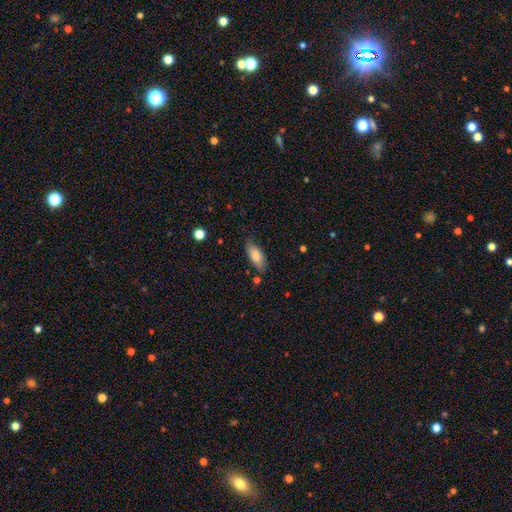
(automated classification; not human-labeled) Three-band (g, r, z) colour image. It shows a smooth galaxy with no disk features (82%) that is in between round and cigar-shaped (79%). Merging: none (77%).